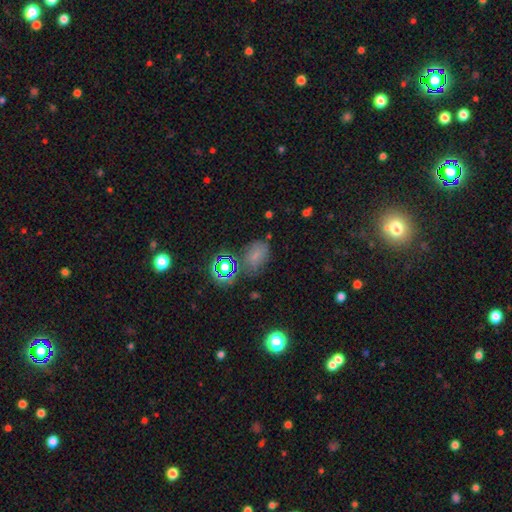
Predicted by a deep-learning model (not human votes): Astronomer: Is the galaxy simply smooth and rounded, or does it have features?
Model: smooth — 52% (runner-up: star or artifact, 31%).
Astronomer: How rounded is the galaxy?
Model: in between — 69%.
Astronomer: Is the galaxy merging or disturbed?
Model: none — 62%.